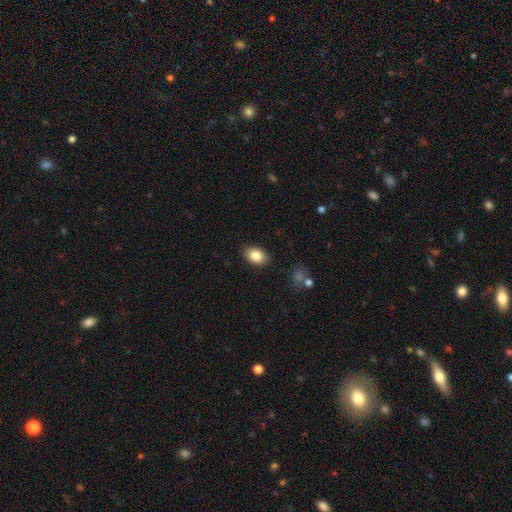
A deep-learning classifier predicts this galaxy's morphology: This is clearly a smooth galaxy (85%). How rounded: clearly in between (82%). Merging: clearly none (88%).